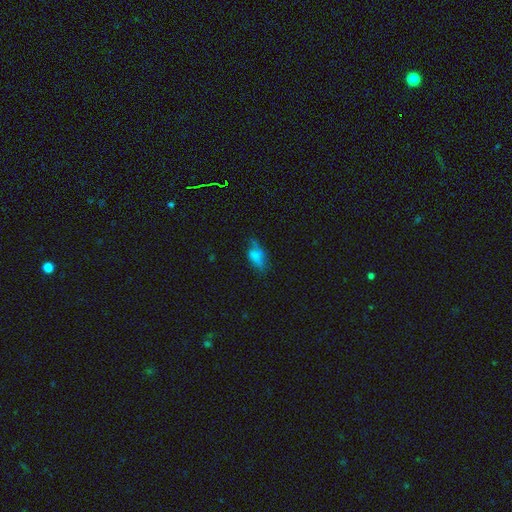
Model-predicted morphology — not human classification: Smooth or featured: smooth — 66% (featured or disk — 22%)
How rounded: in between — 85% (cigar-shaped — 10%)
Merging: none — 49% (minor disturbance — 32%)